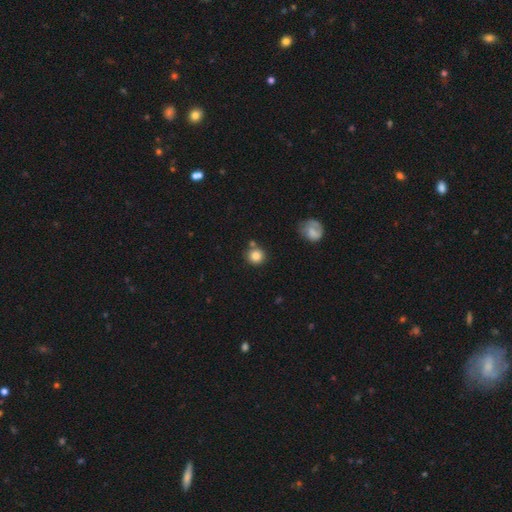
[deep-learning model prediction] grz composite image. It shows a smooth galaxy with no disk features (84%) that is round (92%). Merging: none (74%).